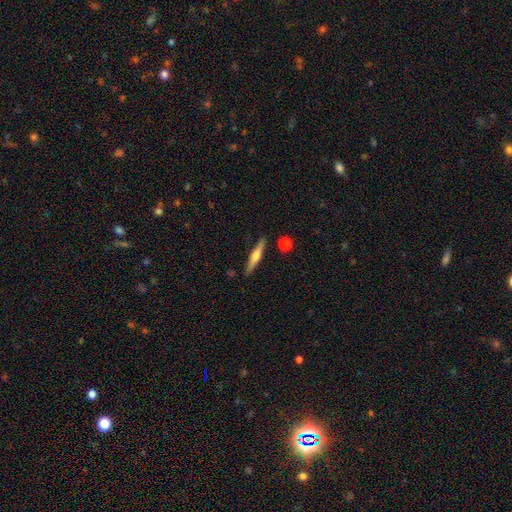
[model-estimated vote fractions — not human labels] Smooth or featured? featured or disk (58%)
Edge-on disk? yes (97%)
Edge-on bulge? rounded (85%)
Merging? none (88%)